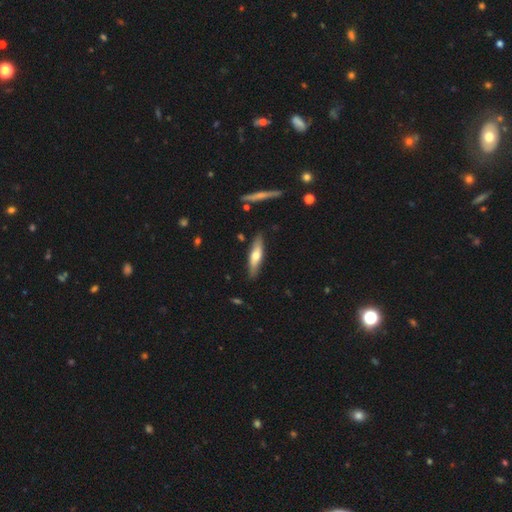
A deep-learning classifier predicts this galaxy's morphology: Smooth or featured: smooth — 52% (featured or disk — 43%)
How rounded: cigar-shaped — 72% (in between — 26%)
Merging: none — 85% (minor disturbance — 11%)